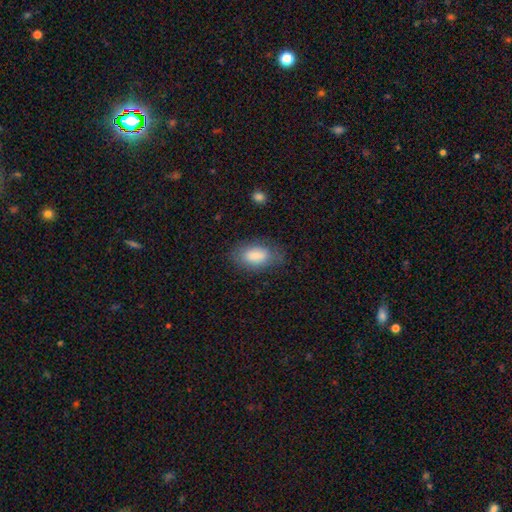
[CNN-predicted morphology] This appears to be a smooth galaxy with no disk features (83%) that is in between round and cigar-shaped (92%). Merging: none (73%).